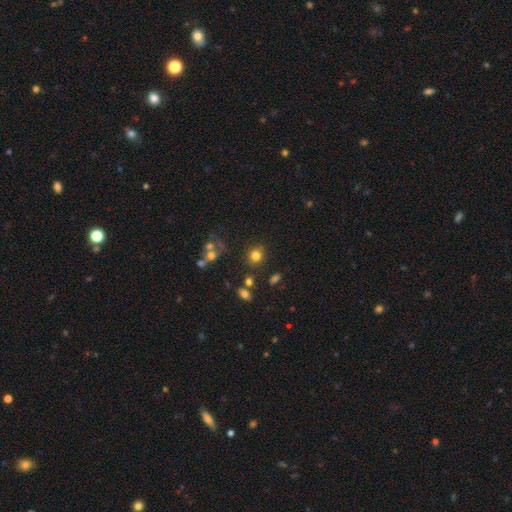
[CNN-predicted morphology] Overall: smooth (78%). How rounded: round (78%). Merging: none (80%).